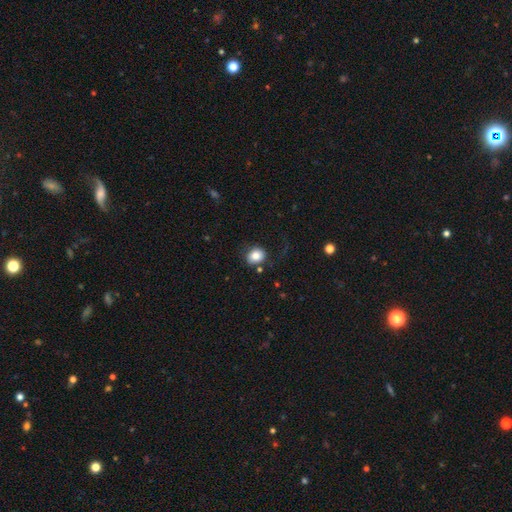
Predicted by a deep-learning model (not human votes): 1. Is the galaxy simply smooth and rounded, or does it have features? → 81% smooth, 10% featured or disk, 9% star or artifact.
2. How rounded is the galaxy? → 67% round, 32% in between, 1% cigar-shaped.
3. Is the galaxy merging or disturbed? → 74% none, 15% minor disturbance, 8% major disturbance, 3% merger.